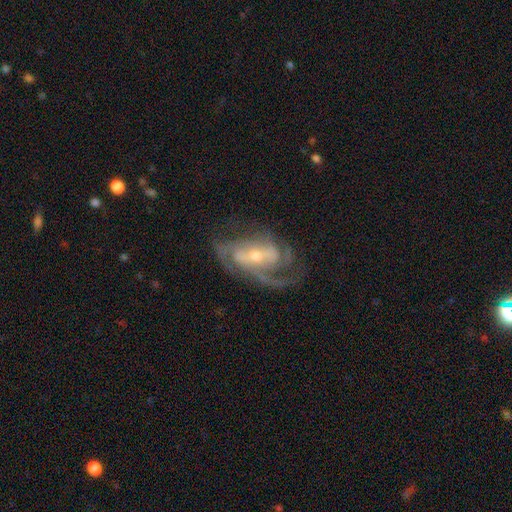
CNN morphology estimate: This is clearly a featured or disk galaxy (87%). It is clearly not viewed edge-on (95%). Bar: marginally weak (39%). Spiral arm pattern: clearly yes (94%). Spiral arm count: marginally 2 (32%). Spiral winding: possibly medium (46%). Central bulge: possibly small (55%). Merging: possibly none (56%).